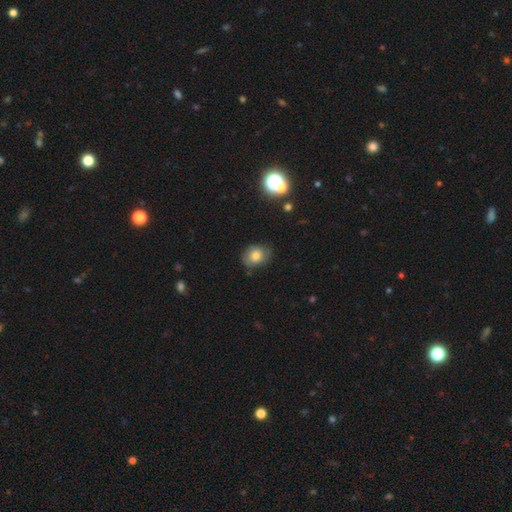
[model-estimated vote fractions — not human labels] Overall: smooth (66%). How rounded: round (54%; in between 45%). Merging: none (70%).